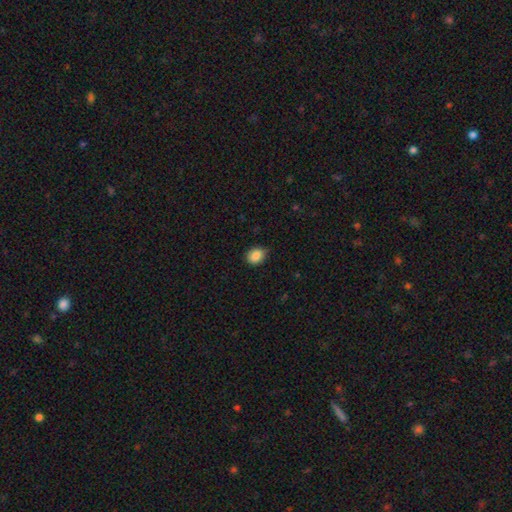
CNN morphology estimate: Smooth or featured?
  - smooth: 87% *
  - star or artifact: 9%
  - featured or disk: 5%
How rounded?
  - in between: 51% *
  - round: 48%
  - cigar-shaped: 1%
Merging?
  - none: 75% *
  - minor disturbance: 21%
  - major disturbance: 3%
  - merger: 1%